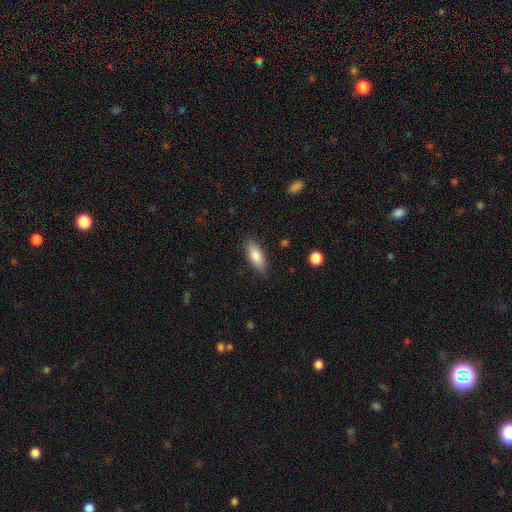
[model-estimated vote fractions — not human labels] smooth_or_featured: smooth (p=0.82) [alt: featured or disk p=0.11]
how_rounded: in between (p=0.78) [alt: cigar-shaped p=0.20]
merging: none (p=0.84) [alt: minor disturbance p=0.12]